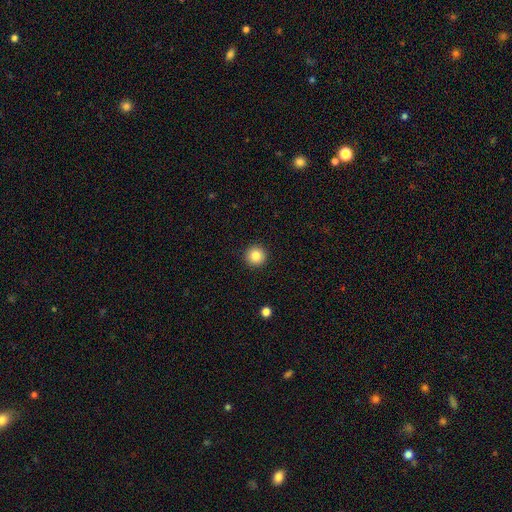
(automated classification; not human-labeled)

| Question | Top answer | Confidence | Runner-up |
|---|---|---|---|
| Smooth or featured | smooth | 84% | star or artifact (10%) |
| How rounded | round | 96% | in between (3%) |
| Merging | none | 93% | minor disturbance (4%) |